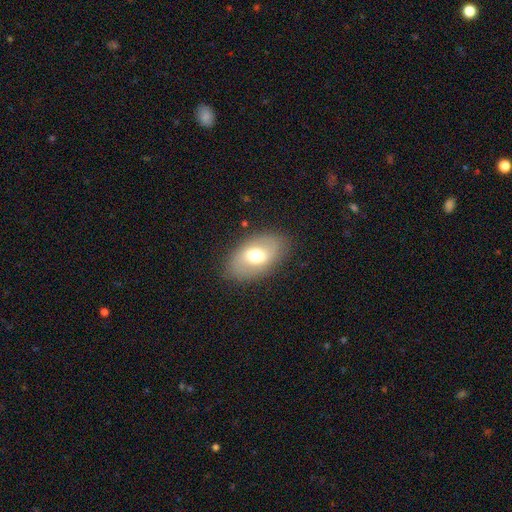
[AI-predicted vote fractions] smooth 54%, featured or disk 39%, star or artifact 8%. Down the decision tree: how rounded — in between (89%); merging — none (83%).